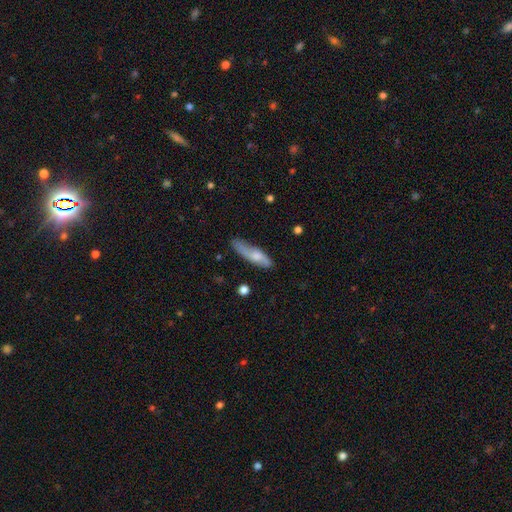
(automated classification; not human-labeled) Morphology: type=smooth (58%); roundness=cigar-shaped (65%); merging=none (63%).